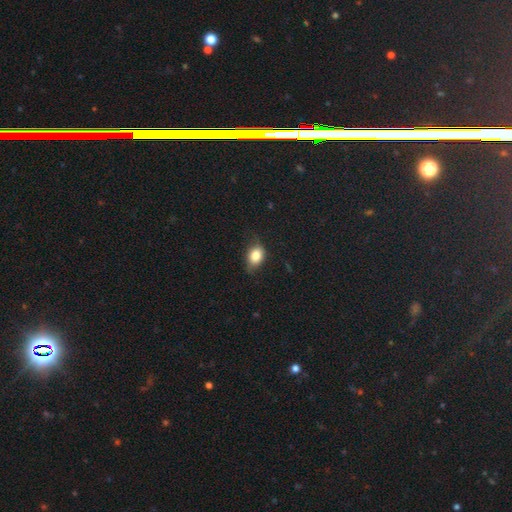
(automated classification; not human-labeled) smooth_or_featured: smooth (p=0.81) [alt: featured or disk p=0.10]
how_rounded: in between (p=0.72) [alt: round p=0.26]
merging: none (p=0.67) [alt: minor disturbance p=0.26]